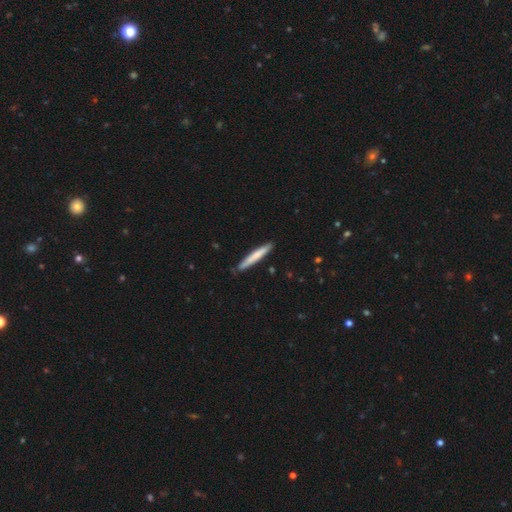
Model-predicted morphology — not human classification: Q: Smooth or featured?
A: smooth (70%); runner-up: featured or disk (25%)
Q: How rounded?
A: cigar-shaped (95%); runner-up: in between (4%)
Q: Merging?
A: none (87%); runner-up: minor disturbance (10%)